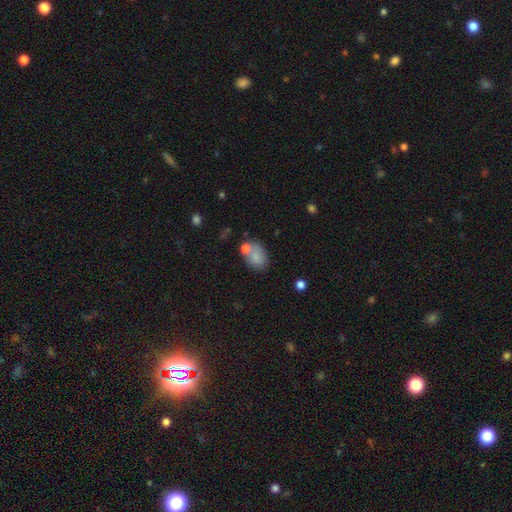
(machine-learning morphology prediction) Smooth or featured? Predicted: smooth (p=0.77). How rounded? Predicted: in between (p=0.74). Merging? Predicted: none (p=0.51).